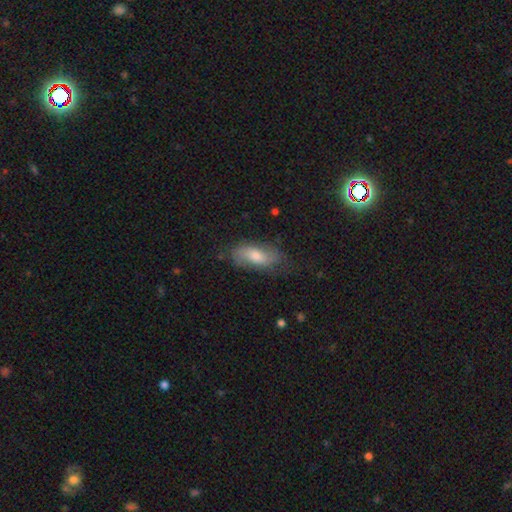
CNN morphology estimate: Overall: smooth (58%; featured or disk 34%). How rounded: in between (80%). Merging: none (66%).